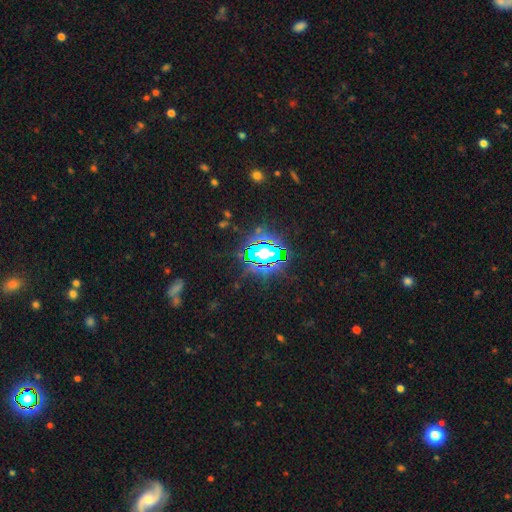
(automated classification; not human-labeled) Smooth or featured: star or artifact — 83% (smooth — 10%)